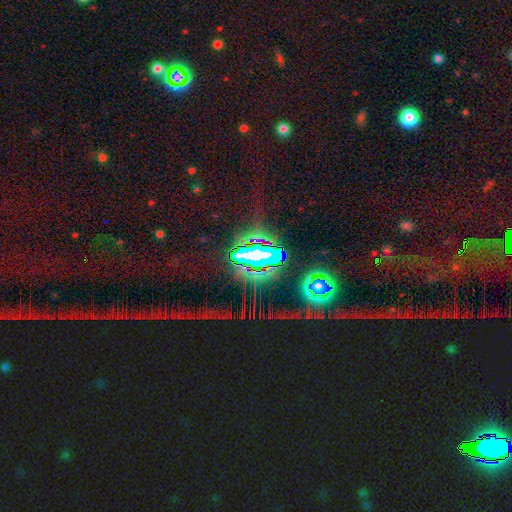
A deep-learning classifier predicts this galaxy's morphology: Smooth or featured? Predicted: star or artifact (p=0.71).